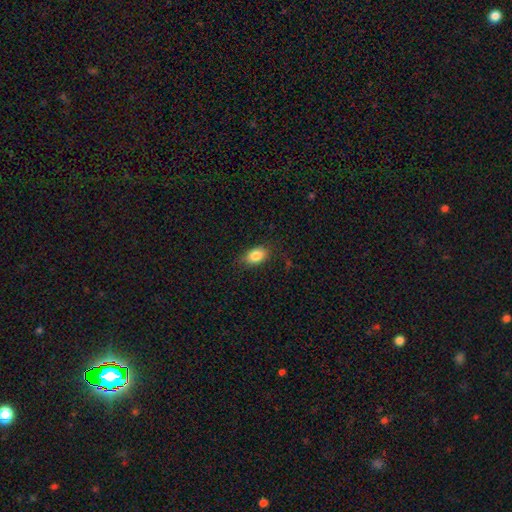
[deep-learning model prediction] smooth 84%, star or artifact 8%, featured or disk 8%. Down the decision tree: how rounded — in between (85%); merging — none (81%).